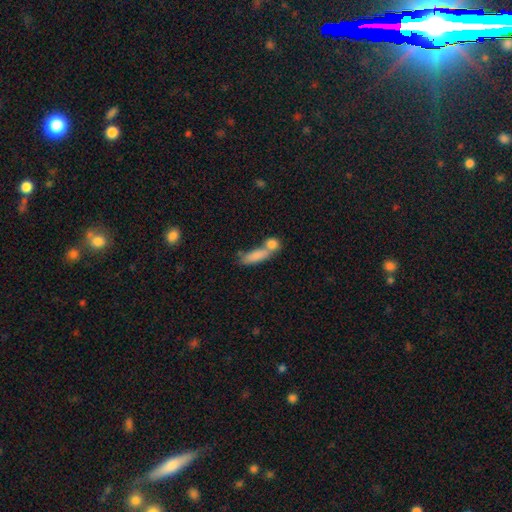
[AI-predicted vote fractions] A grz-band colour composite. It shows a smooth galaxy with no disk features (80%) that is in between round and cigar-shaped (54%). Merging: merger (53%).